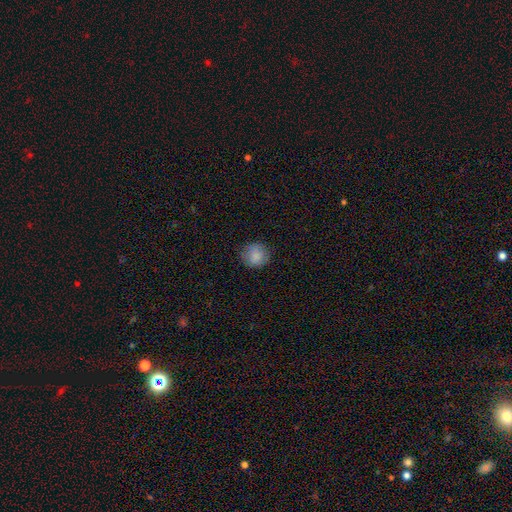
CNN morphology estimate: Smooth or featured? smooth (86%)
How rounded? round (90%)
Merging? none (84%)